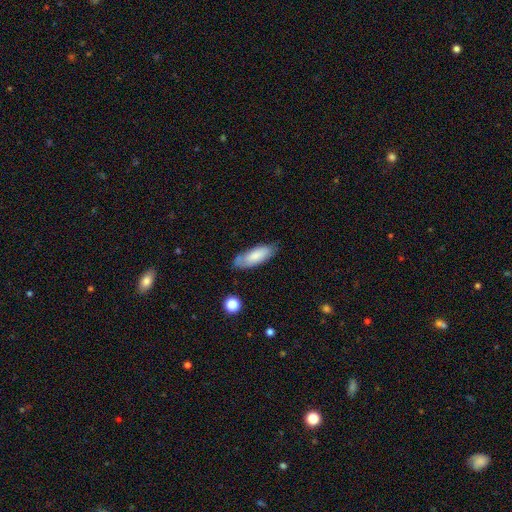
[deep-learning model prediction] This is likely a smooth galaxy (77%). How rounded: likely in between (72%). Merging: likely none (71%).